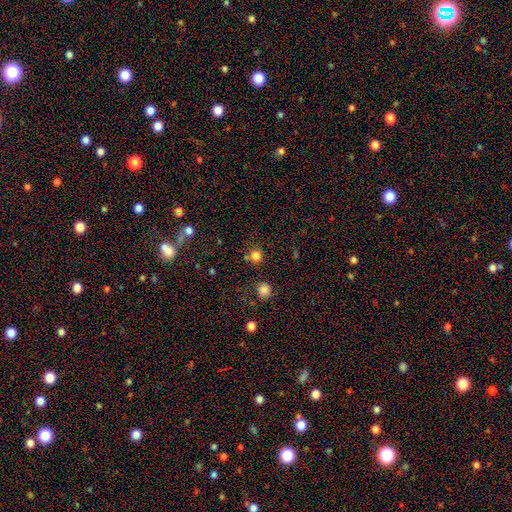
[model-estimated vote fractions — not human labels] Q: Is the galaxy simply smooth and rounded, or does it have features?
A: smooth — 79%.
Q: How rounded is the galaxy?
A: round — 91%.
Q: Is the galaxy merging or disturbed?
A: none — 76%.